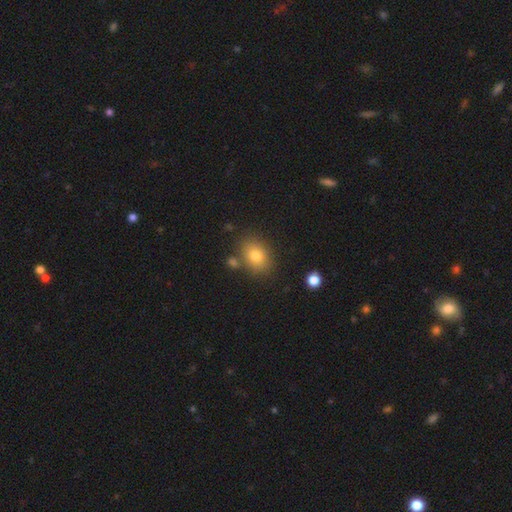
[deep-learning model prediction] Smooth or featured? smooth (79%)
How rounded? in between (62%)
Merging? none (76%)